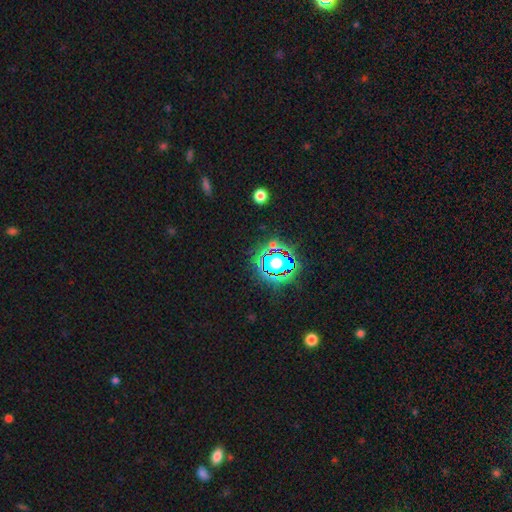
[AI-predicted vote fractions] smooth_or_featured: star or artifact (p=0.80) [alt: smooth p=0.12]